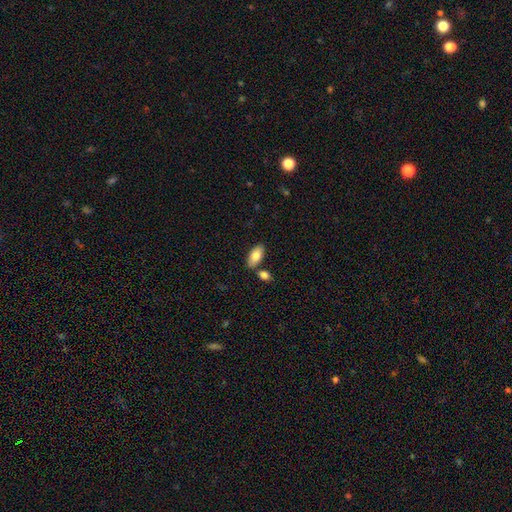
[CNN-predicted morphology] smooth 80%, featured or disk 14%, star or artifact 6%. Down the decision tree: how rounded — in between (93%); merging — none (76%).